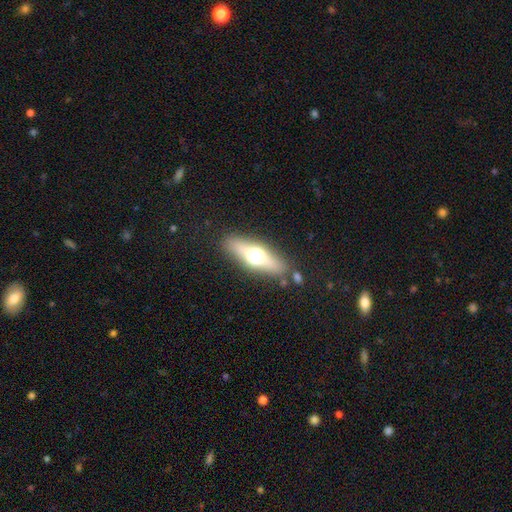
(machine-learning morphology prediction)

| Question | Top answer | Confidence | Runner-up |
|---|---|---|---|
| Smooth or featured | smooth | 47% | featured or disk (45%) |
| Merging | none | 82% | minor disturbance (11%) |